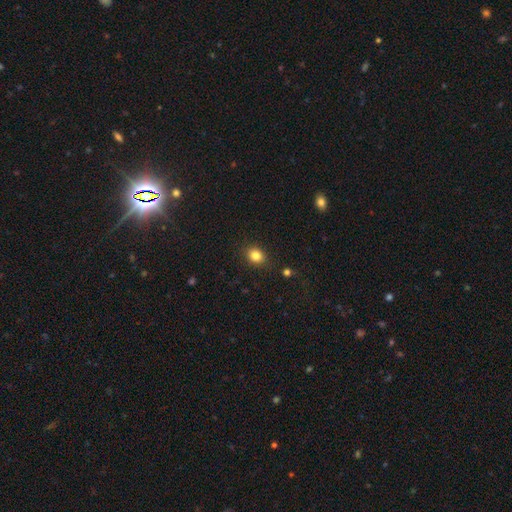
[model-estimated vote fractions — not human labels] Smooth or featured? Predicted: smooth (p=0.83). How rounded? Predicted: round (p=0.59). Merging? Predicted: none (p=0.86).